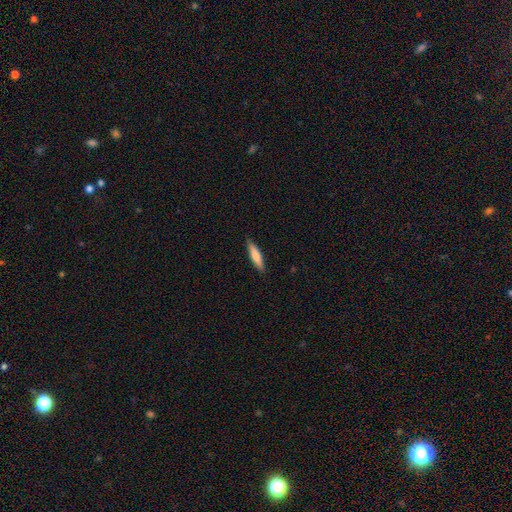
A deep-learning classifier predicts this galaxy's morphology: smooth-or-featured: smooth: 69% | featured or disk: 26% | star or artifact: 6%
  how-rounded: cigar-shaped: 81% | in between: 17% | round: 1%
  merging: none: 89% | minor disturbance: 8% | major disturbance: 2% | merger: 1%